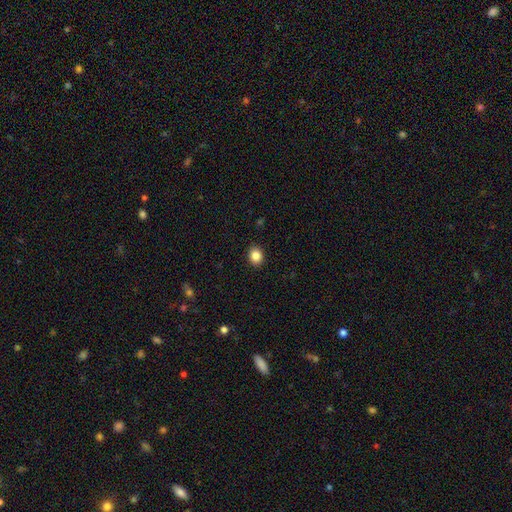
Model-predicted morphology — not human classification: type=smooth (86%); roundness=round (55%); merging=none (91%).